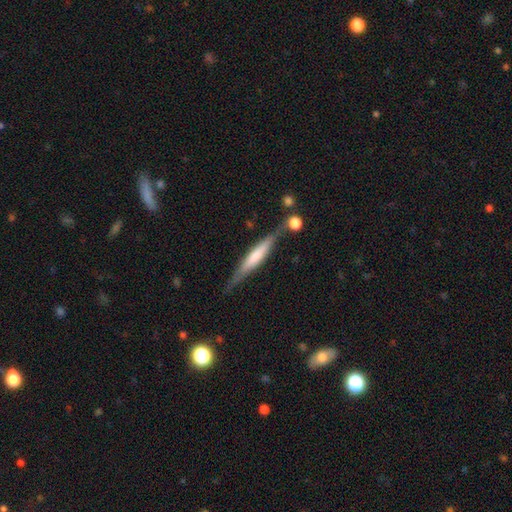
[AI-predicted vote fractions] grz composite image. It shows a featured or disk galaxy (50%). Merging: none (71%).